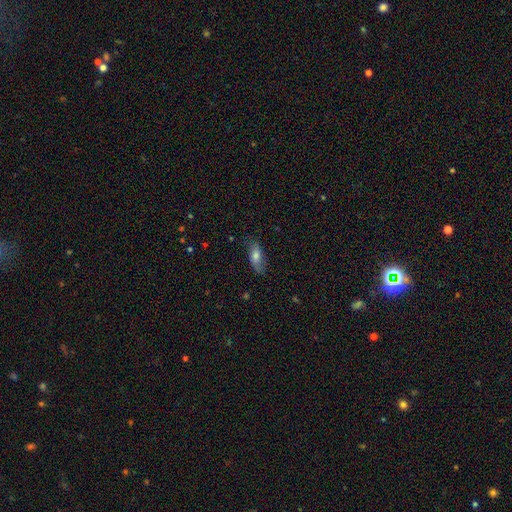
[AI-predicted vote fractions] smooth 71%, featured or disk 22%, star or artifact 7%. Down the decision tree: how rounded — in between (79%); merging — none (75%).